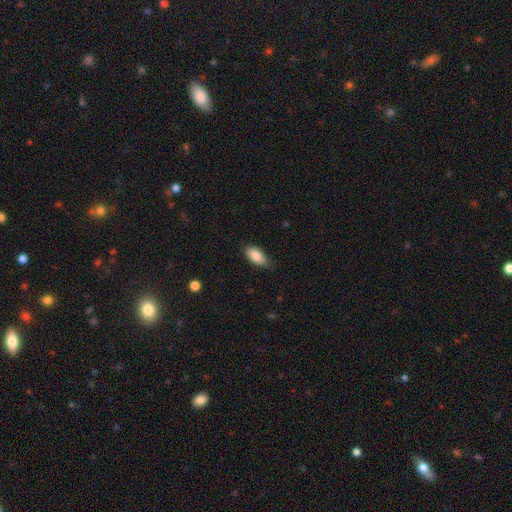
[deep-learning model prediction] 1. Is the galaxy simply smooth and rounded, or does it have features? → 86% smooth, 7% featured or disk, 7% star or artifact.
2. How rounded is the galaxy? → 90% in between, 7% cigar-shaped, 3% round.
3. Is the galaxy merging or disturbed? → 70% none, 25% minor disturbance, 4% major disturbance, 1% merger.